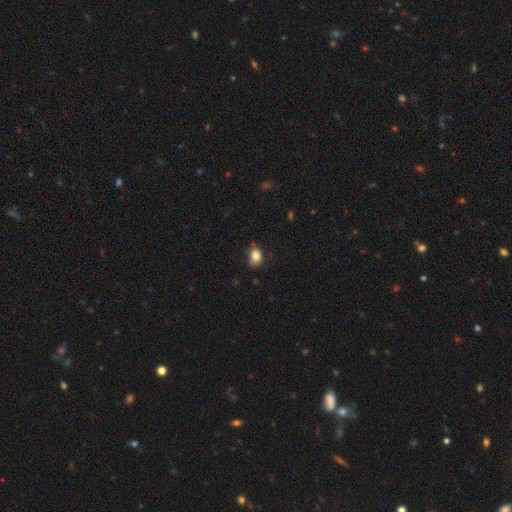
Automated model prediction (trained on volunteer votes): smooth 82%, star or artifact 10%, featured or disk 8%. Down the decision tree: how rounded — in between (73%); merging — none (59%).